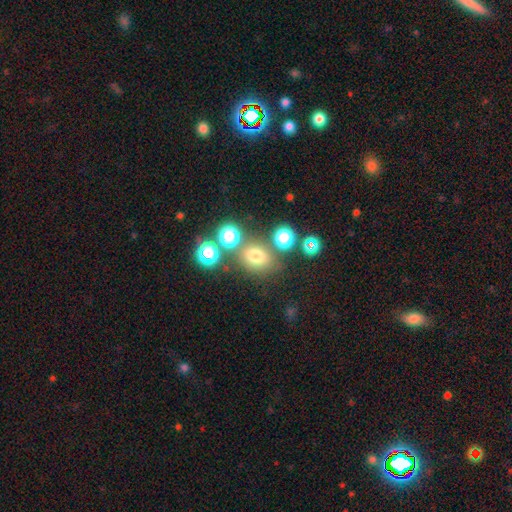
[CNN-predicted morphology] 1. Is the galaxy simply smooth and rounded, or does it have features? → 68% smooth, 22% star or artifact, 10% featured or disk.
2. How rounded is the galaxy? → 60% round, 39% in between, 1% cigar-shaped.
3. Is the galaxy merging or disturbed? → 67% none, 14% merger, 13% minor disturbance, 6% major disturbance.